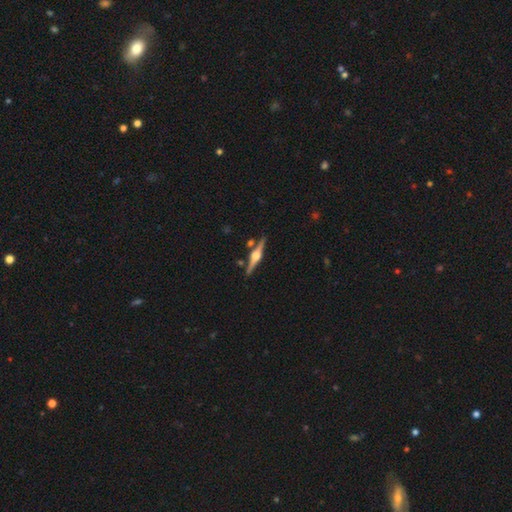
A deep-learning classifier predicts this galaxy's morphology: Overall: featured or disk (85%). Edge-on disk: yes (98%). Edge-on bulge: rounded (94%). Merging: none (86%).